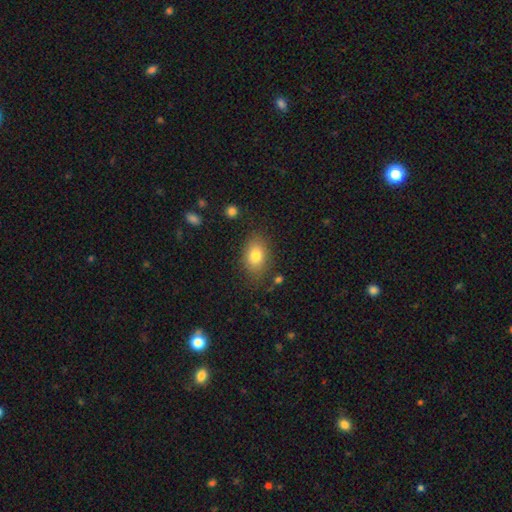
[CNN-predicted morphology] The model was most divided on "how rounded": in between: 80%, round: 19%, cigar-shaped: 1%. More confident: smooth or featured — smooth (80%); merging — none (78%).